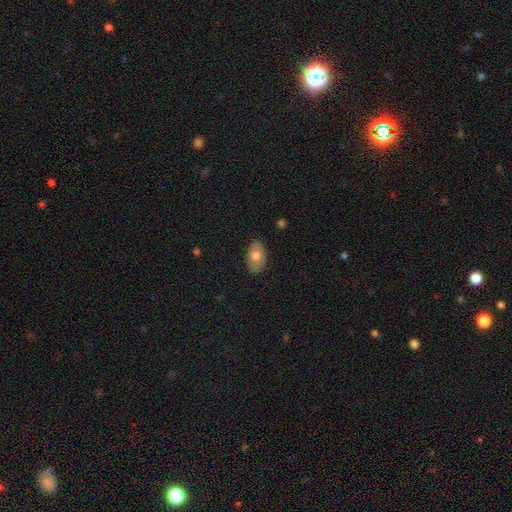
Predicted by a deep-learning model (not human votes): Smooth or featured: smooth — 70% (featured or disk — 23%)
How rounded: in between — 91% (round — 8%)
Merging: none — 82% (minor disturbance — 14%)